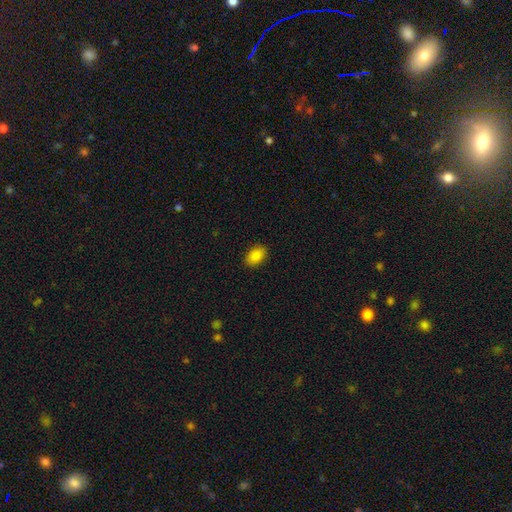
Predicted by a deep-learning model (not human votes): smooth-or-featured: smooth: 87% | star or artifact: 8% | featured or disk: 5%
  how-rounded: in between: 88% | round: 11% | cigar-shaped: 1%
  merging: none: 89% | minor disturbance: 8% | major disturbance: 2% | merger: 1%